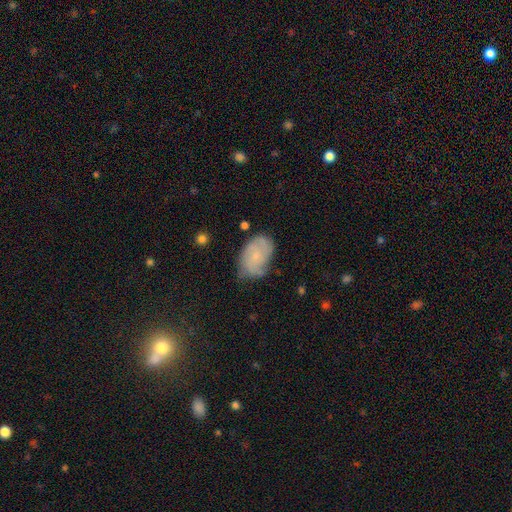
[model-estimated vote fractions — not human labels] Overall: featured or disk (49%; smooth 43%). Merging: none (58%; minor disturbance 31%).